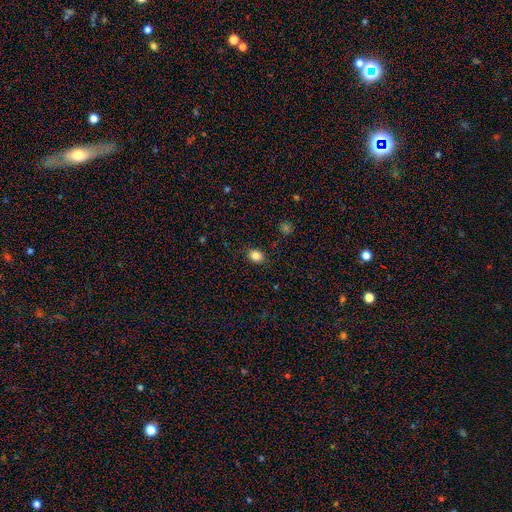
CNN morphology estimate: The model was most divided on "how rounded": in between: 58%, round: 41%, cigar-shaped: 1%. More confident: merging — none (88%); smooth or featured — smooth (85%).